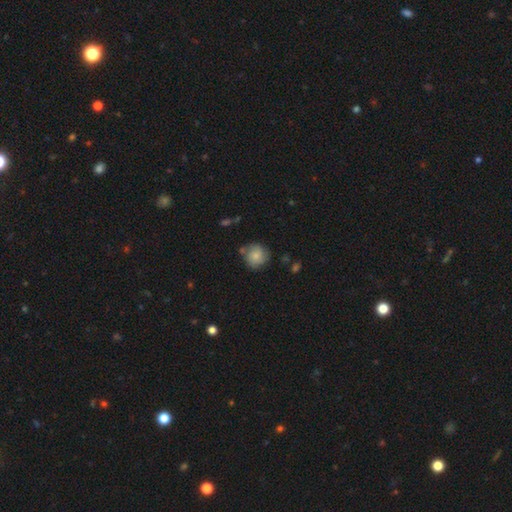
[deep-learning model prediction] smooth-or-featured: smooth: 75% | featured or disk: 17% | star or artifact: 8%
  how-rounded: round: 89% | in between: 10% | cigar-shaped: 1%
  merging: none: 69% | minor disturbance: 19% | merger: 7% | major disturbance: 5%